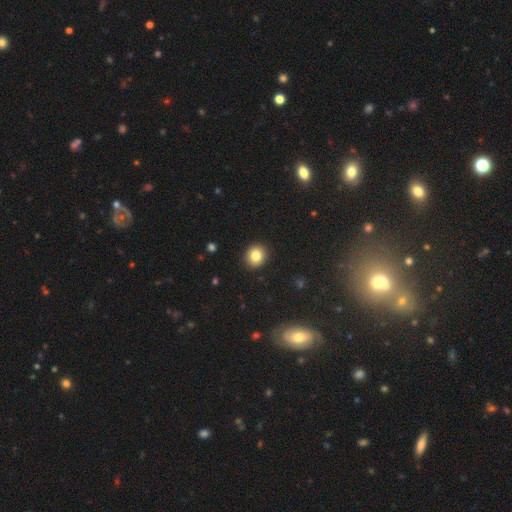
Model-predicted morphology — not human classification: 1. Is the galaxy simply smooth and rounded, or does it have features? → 83% smooth, 10% star or artifact, 6% featured or disk.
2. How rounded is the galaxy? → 79% round, 20% in between, 1% cigar-shaped.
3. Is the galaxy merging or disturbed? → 91% none, 6% minor disturbance, 2% major disturbance, 1% merger.